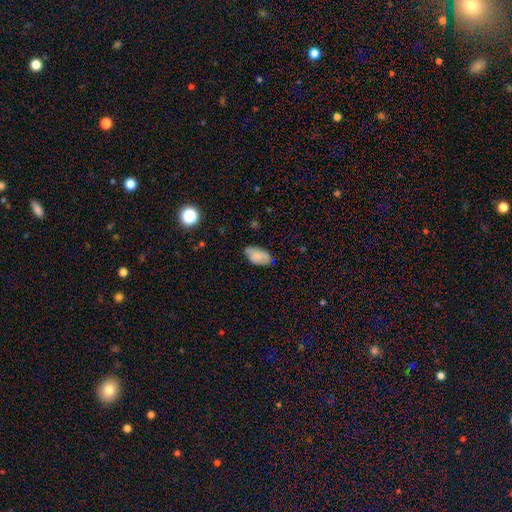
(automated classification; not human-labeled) Q: Smooth or featured?
A: smooth (78%); runner-up: featured or disk (15%)
Q: How rounded?
A: in between (94%); runner-up: round (4%)
Q: Merging?
A: none (71%); runner-up: minor disturbance (24%)